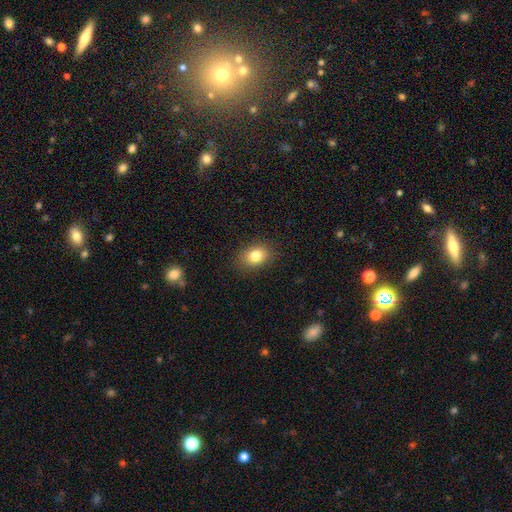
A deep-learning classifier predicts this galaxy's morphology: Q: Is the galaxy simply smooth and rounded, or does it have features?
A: smooth — 82%.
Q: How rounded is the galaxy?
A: in between — 68%.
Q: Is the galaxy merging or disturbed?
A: none — 86%.